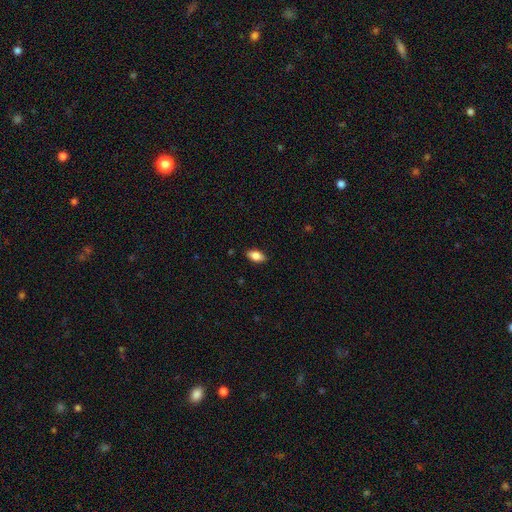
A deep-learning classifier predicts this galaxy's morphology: This is clearly a smooth galaxy (81%). How rounded: clearly in between (90%). Merging: clearly none (88%).